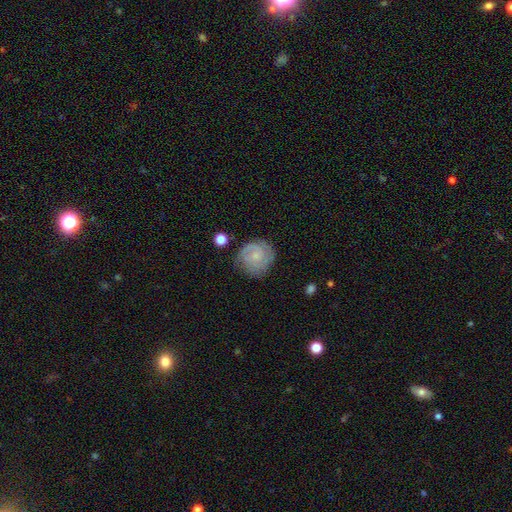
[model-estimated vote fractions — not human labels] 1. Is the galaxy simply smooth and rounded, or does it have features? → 71% featured or disk, 22% smooth, 7% star or artifact.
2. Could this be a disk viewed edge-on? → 98% no, 2% yes.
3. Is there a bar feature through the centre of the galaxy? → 71% no, 25% weak, 3% strong.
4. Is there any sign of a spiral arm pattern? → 94% yes, 6% no.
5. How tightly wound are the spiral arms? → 68% tight, 26% medium, 6% loose.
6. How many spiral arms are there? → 44% 2, 23% can't tell, 19% 3, 5% 1, 4% 4, 4% more than 4.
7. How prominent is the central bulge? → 68% small, 18% moderate, 12% none, 1% large, 1% dominant.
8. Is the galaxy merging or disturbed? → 76% none, 17% minor disturbance, 5% major disturbance, 2% merger.